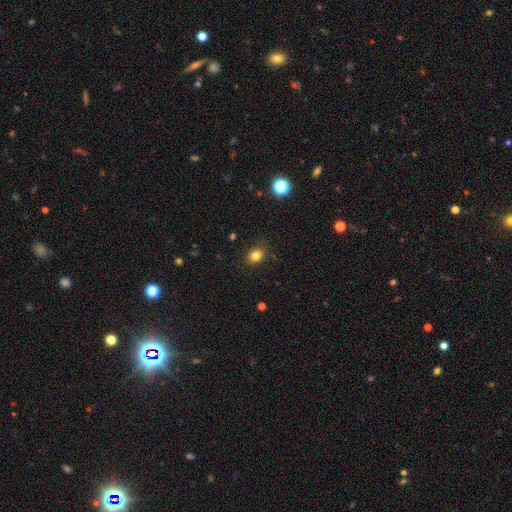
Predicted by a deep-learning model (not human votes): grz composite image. It shows a smooth galaxy with no disk features (81%) that is in between round and cigar-shaped (50%). Merging: none (82%).